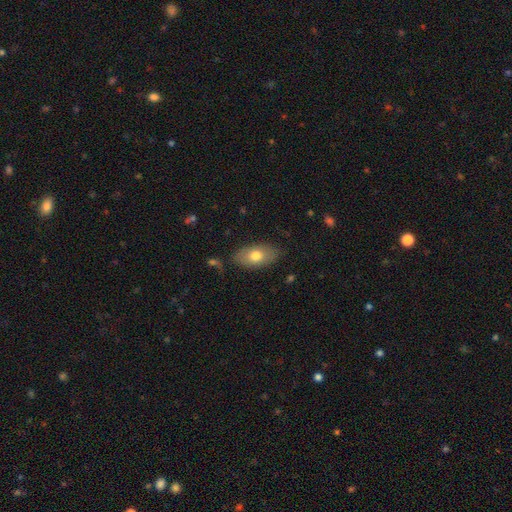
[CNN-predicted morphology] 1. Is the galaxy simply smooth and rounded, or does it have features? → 73% smooth, 20% featured or disk, 7% star or artifact.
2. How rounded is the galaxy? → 91% in between, 6% round, 3% cigar-shaped.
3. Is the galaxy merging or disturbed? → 81% none, 14% minor disturbance, 4% major disturbance, 2% merger.